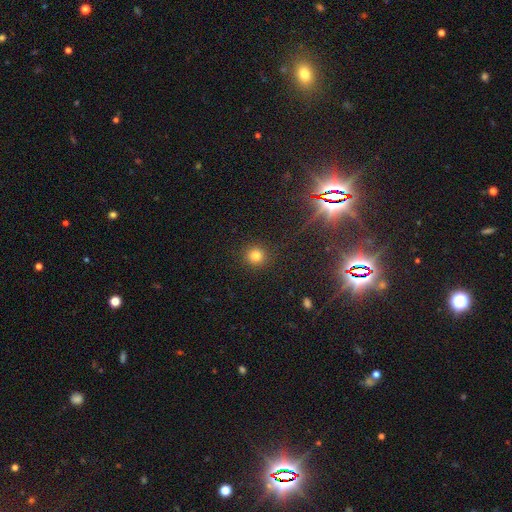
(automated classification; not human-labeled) Smooth or featured: smooth — 79% (star or artifact — 15%)
How rounded: round — 93% (in between — 6%)
Merging: none — 91% (minor disturbance — 6%)